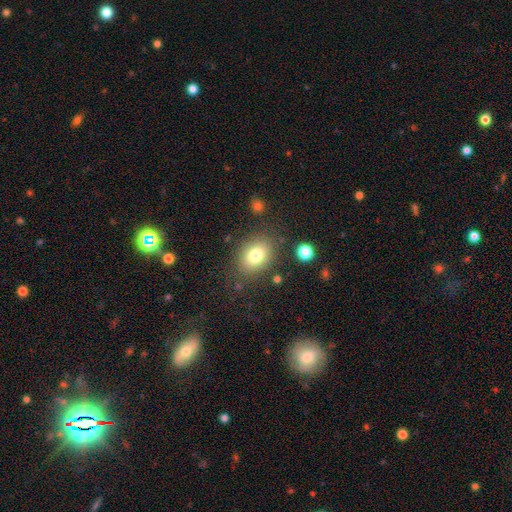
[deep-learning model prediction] Smooth or featured: smooth — 80% (star or artifact — 10%)
How rounded: in between — 67% (round — 32%)
Merging: none — 79% (minor disturbance — 13%)